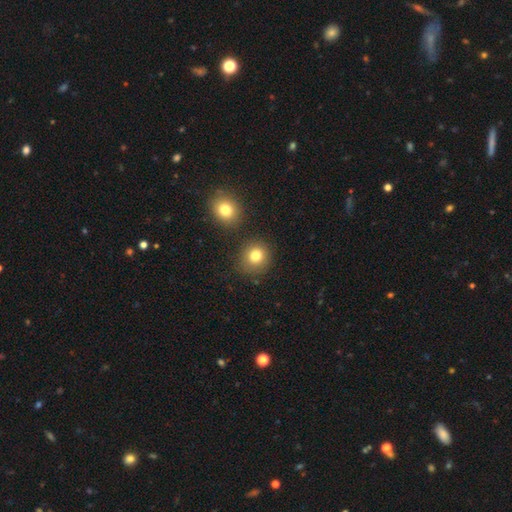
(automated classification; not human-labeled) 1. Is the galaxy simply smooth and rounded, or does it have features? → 80% smooth, 12% star or artifact, 7% featured or disk.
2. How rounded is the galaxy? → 85% round, 14% in between, 1% cigar-shaped.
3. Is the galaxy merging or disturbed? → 80% none, 9% minor disturbance, 8% merger, 3% major disturbance.